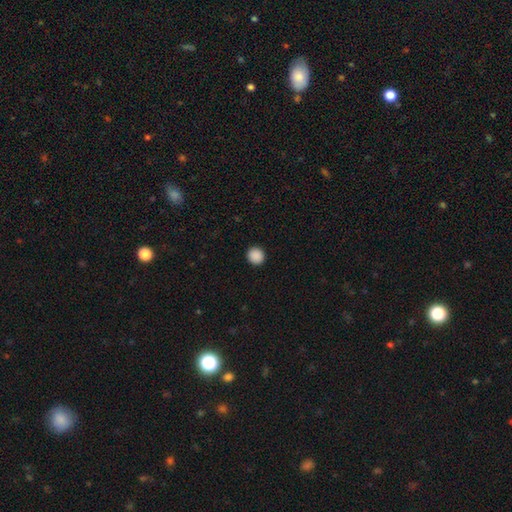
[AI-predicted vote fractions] Smooth or featured?
  - smooth: 89% *
  - star or artifact: 9%
  - featured or disk: 2%
How rounded?
  - round: 89% *
  - in between: 10%
  - cigar-shaped: 1%
Merging?
  - none: 93% *
  - minor disturbance: 5%
  - major disturbance: 2%
  - merger: 1%